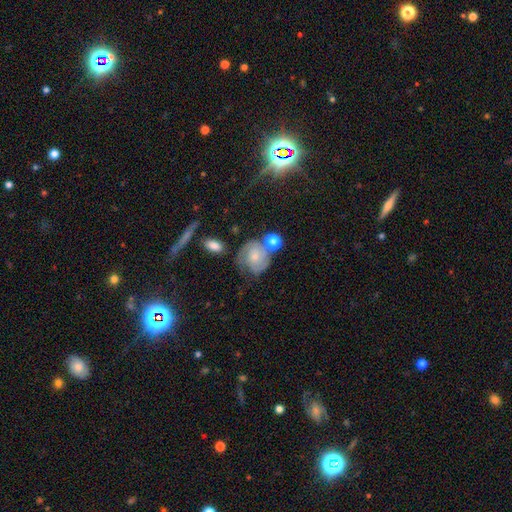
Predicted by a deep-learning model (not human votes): Smooth or featured?
  - featured or disk: 57% *
  - smooth: 34%
  - star or artifact: 9%
Edge-on disk?
  - no: 97% *
  - yes: 3%
Bar?
  - no: 76% *
  - weak: 21%
  - strong: 4%
Spiral arms?
  - yes: 87% *
  - no: 13%
Bulge size?
  - small: 52% *
  - moderate: 34%
  - none: 8%
  - large: 4%
  - dominant: 2%
Merging?
  - none: 48% *
  - minor disturbance: 22%
  - merger: 17%
  - major disturbance: 13%